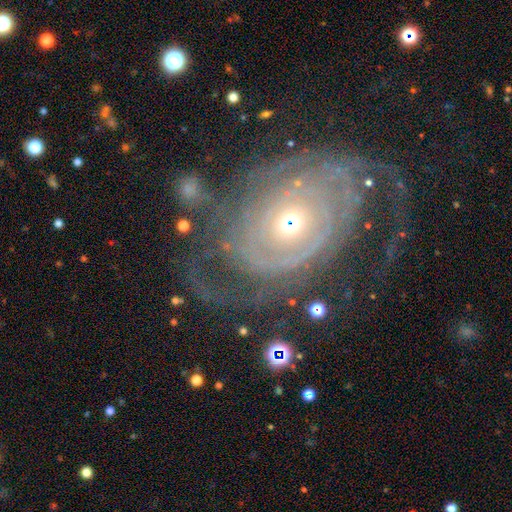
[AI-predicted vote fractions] A featured or disk galaxy (86%) with no bar (78%), tight (70%) spiral arms (91%) and a moderate central bulge (58%). Merging: none (62%).